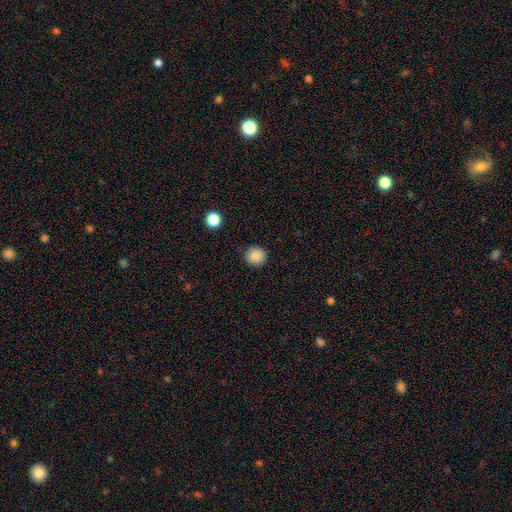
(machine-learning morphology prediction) Smooth or featured: smooth — 88% (star or artifact — 10%)
How rounded: round — 92% (in between — 7%)
Merging: none — 89% (minor disturbance — 8%)